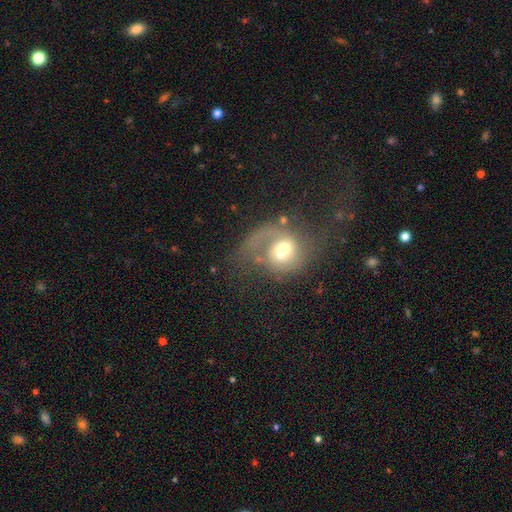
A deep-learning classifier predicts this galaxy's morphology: smooth_or_featured: featured or disk (p=0.62) [alt: smooth p=0.25]
disk_edge_on: no (p=0.96) [alt: yes p=0.04]
bar: no (p=0.66) [alt: weak p=0.25]
has_spiral_arms: yes (p=0.77) [alt: no p=0.23]
bulge_size: moderate (p=0.54) [alt: large p=0.28]
merging: major disturbance (p=0.42) [alt: none p=0.36]